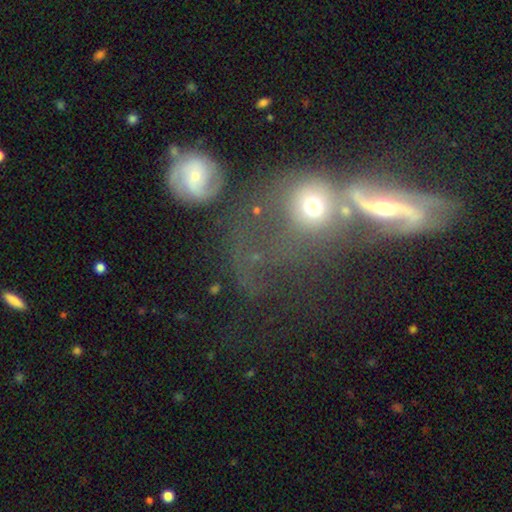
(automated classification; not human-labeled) Q: Smooth or featured?
A: featured or disk (45%); runner-up: smooth (37%)
Q: Merging?
A: merger (58%); runner-up: none (17%)